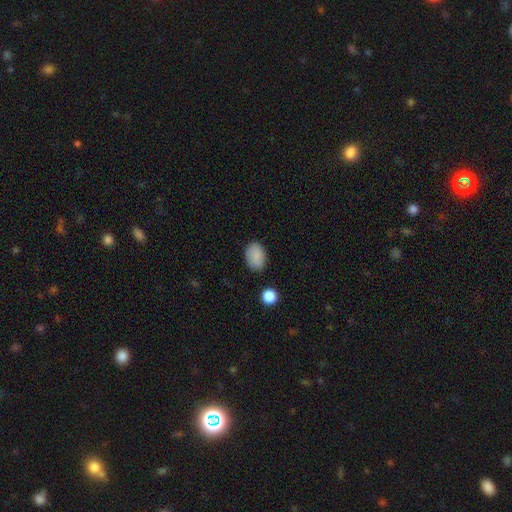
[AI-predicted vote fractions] This is clearly a smooth galaxy (87%). How rounded: clearly in between (80%). Merging: clearly none (82%).